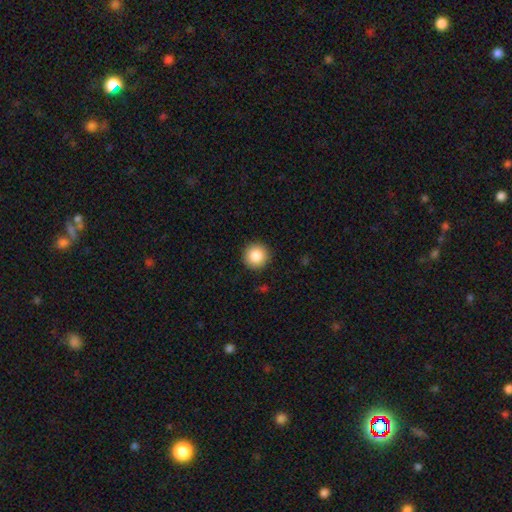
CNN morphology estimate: smooth 87%, star or artifact 9%, featured or disk 5%. Down the decision tree: how rounded — round (96%); merging — none (92%).